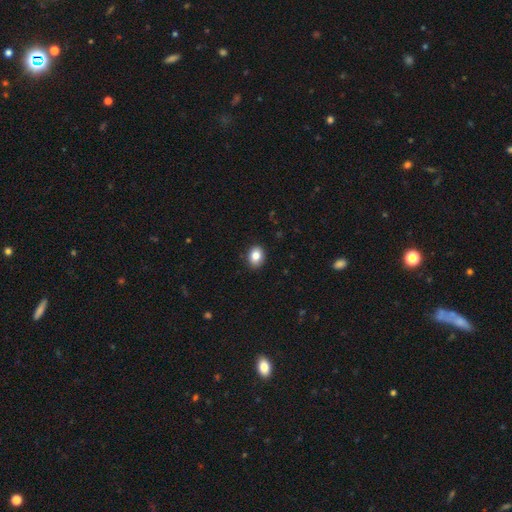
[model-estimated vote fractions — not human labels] This appears to be a smooth galaxy with no disk features (84%) that is in between round and cigar-shaped (60%). Merging: none (89%).